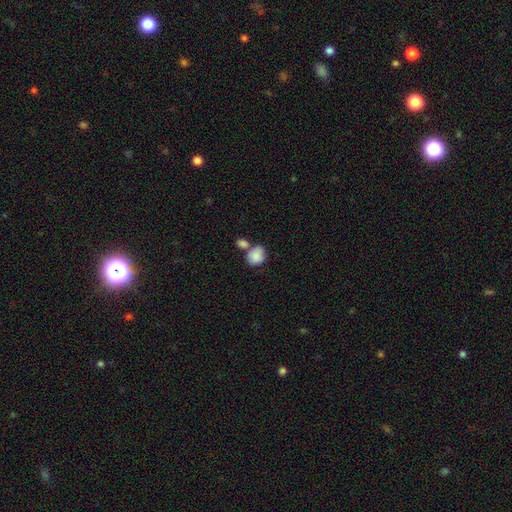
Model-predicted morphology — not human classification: A smooth galaxy with no disk features (84%) that is round (55%).

Vote fractions:
- Smooth or featured? smooth: 84% / featured or disk: 8% / star or artifact: 8%
- How rounded? round: 55% / in between: 44% / cigar-shaped: 1%
- Merging? merger: 44% / none: 38% / minor disturbance: 14% / major disturbance: 5%